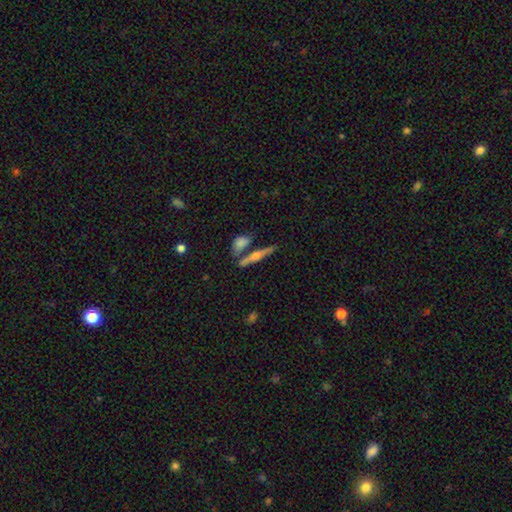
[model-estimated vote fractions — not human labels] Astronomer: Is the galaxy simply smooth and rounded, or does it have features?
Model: featured or disk — 64%.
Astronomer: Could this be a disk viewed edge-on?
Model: yes — 95%.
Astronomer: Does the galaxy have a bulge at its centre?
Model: rounded — 89%.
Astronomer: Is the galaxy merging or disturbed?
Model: none — 71%.